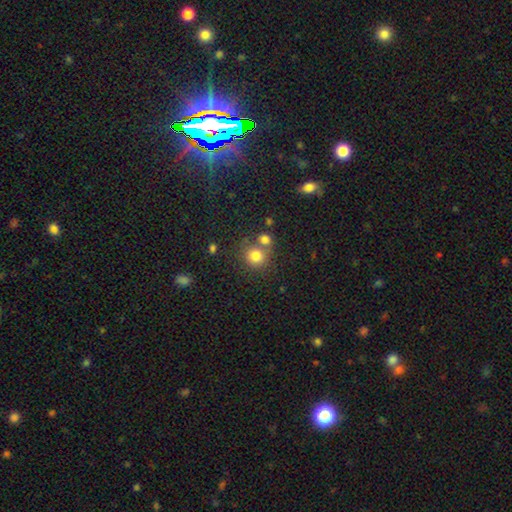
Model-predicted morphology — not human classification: Q: Smooth or featured?
A: smooth (79%); runner-up: star or artifact (13%)
Q: How rounded?
A: round (86%); runner-up: in between (13%)
Q: Merging?
A: none (57%); runner-up: merger (30%)